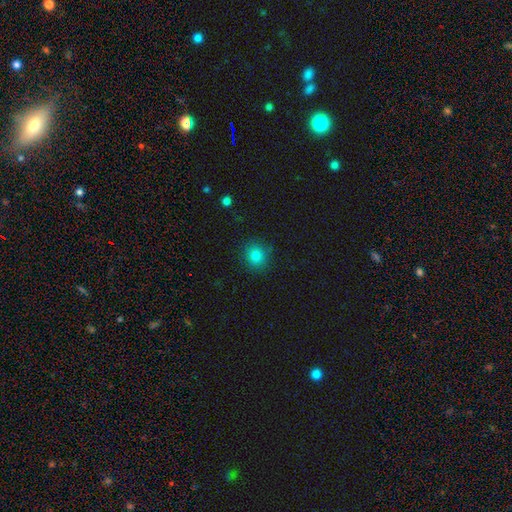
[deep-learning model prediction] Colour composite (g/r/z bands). It shows a smooth galaxy with no disk features (83%) that is round (85%). Merging: none (87%).